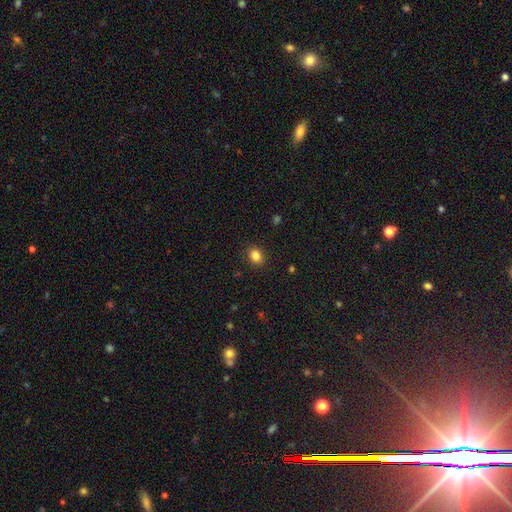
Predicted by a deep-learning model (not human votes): smooth-or-featured: smooth: 85% | star or artifact: 11% | featured or disk: 4%
  how-rounded: round: 52% | in between: 47% | cigar-shaped: 1%
  merging: none: 89% | minor disturbance: 8% | major disturbance: 2% | merger: 1%